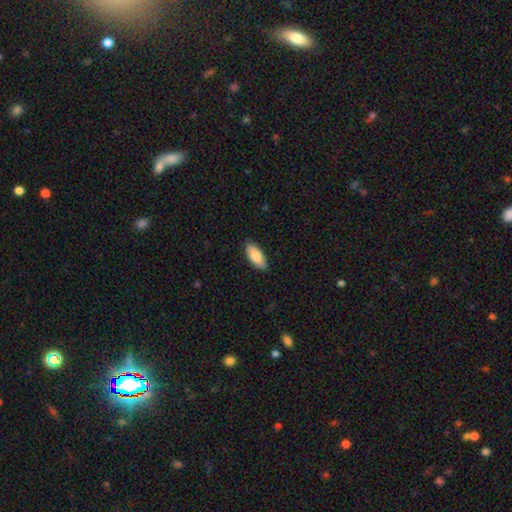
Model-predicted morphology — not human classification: The model was most divided on "how rounded": in between: 85%, cigar-shaped: 13%, round: 2%. More confident: merging — none (87%); smooth or featured — smooth (85%).